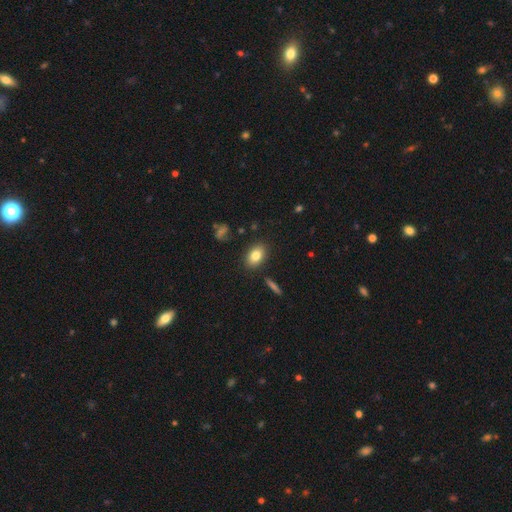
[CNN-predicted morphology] type=smooth (81%); roundness=in between (82%); merging=none (86%).